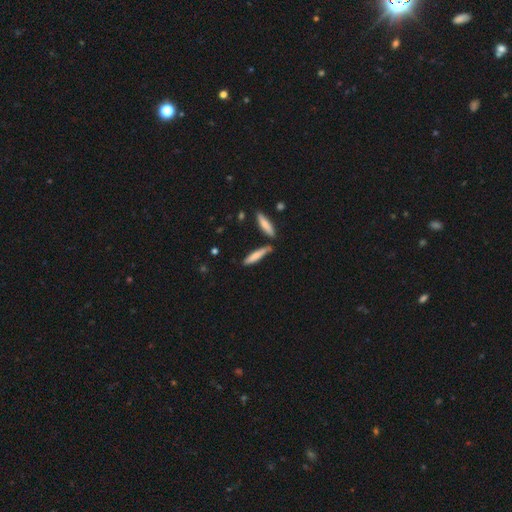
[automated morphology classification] Smooth or featured?
  - smooth: 74% *
  - featured or disk: 20%
  - star or artifact: 6%
How rounded?
  - cigar-shaped: 83% *
  - in between: 16%
  - round: 2%
Merging?
  - none: 70% *
  - minor disturbance: 15%
  - merger: 12%
  - major disturbance: 3%